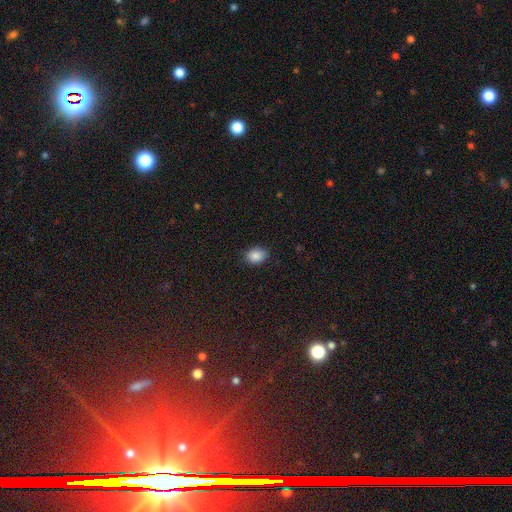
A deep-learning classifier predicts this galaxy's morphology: A smooth galaxy with no disk features (87%) that is in between round and cigar-shaped (62%). Merging: none (84%).